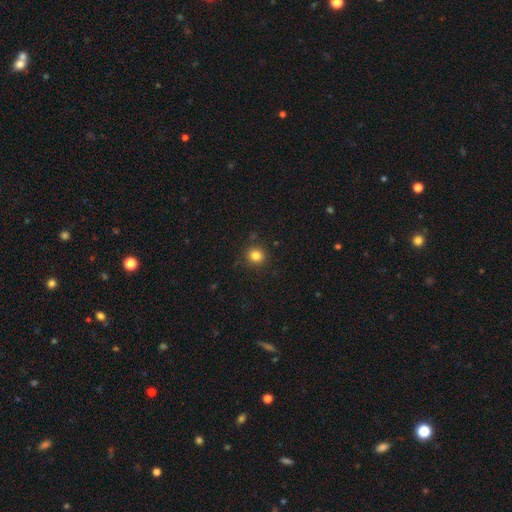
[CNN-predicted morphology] smooth-or-featured: smooth: 83% | star or artifact: 12% | featured or disk: 5%
  how-rounded: round: 86% | in between: 13% | cigar-shaped: 1%
  merging: none: 88% | minor disturbance: 8% | major disturbance: 2% | merger: 2%